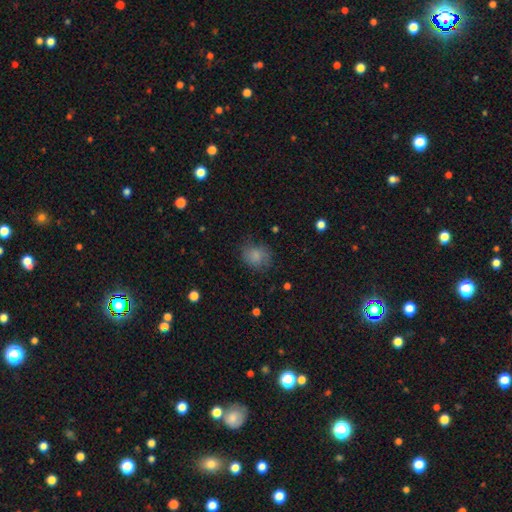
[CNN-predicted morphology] Smooth or featured? smooth (77%)
How rounded? round (62%)
Merging? none (67%)